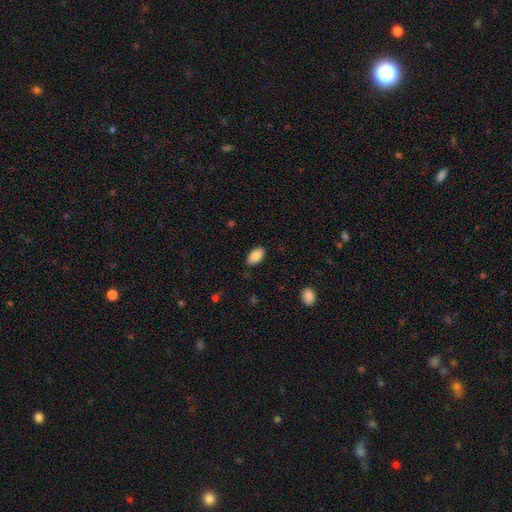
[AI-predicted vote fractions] smooth-or-featured: smooth: 87% | star or artifact: 7% | featured or disk: 6%
  how-rounded: in between: 94% | round: 4% | cigar-shaped: 2%
  merging: none: 84% | minor disturbance: 12% | major disturbance: 3% | merger: 1%